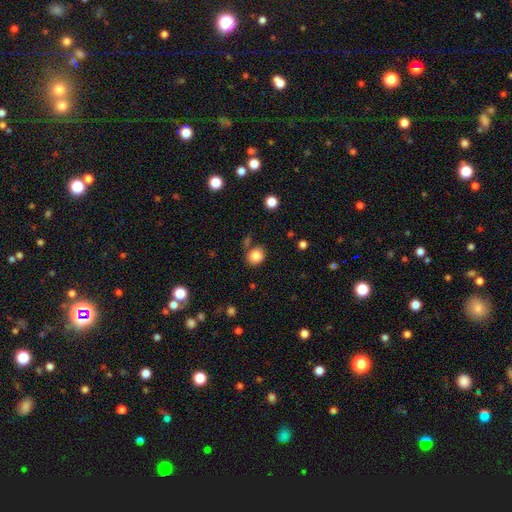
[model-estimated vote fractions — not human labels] Overall: smooth (84%). How rounded: round (77%). Merging: none (76%).